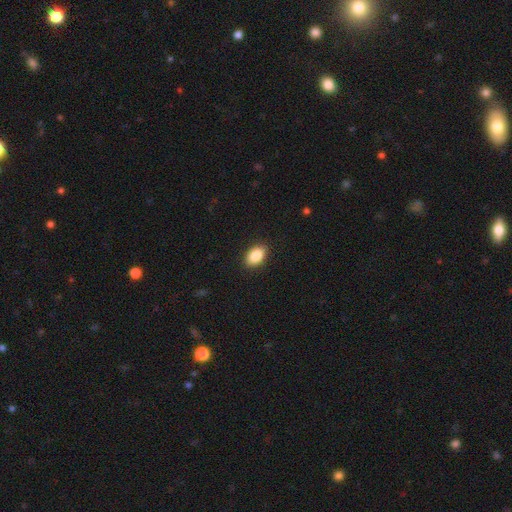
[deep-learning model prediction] Morphology: type=smooth (88%); roundness=in between (90%); merging=none (89%).